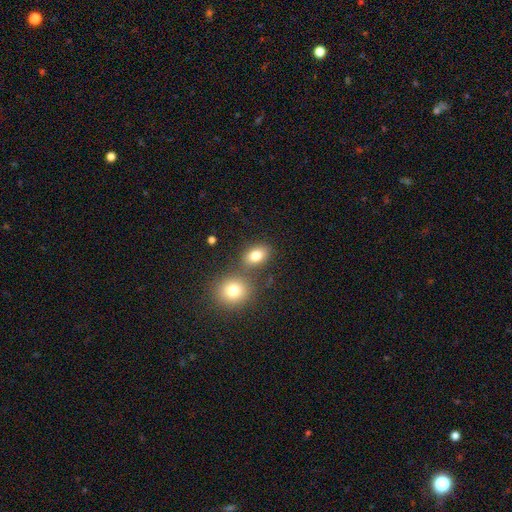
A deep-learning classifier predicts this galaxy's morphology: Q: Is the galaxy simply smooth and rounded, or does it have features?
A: smooth — 80%.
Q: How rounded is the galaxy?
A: in between — 69%.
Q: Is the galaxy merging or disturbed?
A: none — 63%.